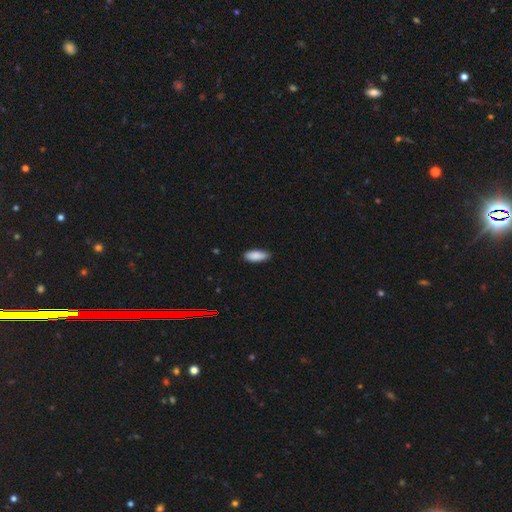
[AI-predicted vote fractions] Smooth or featured?
  - smooth: 88% *
  - star or artifact: 6%
  - featured or disk: 6%
How rounded?
  - in between: 79% *
  - cigar-shaped: 19%
  - round: 2%
Merging?
  - none: 80% *
  - minor disturbance: 17%
  - major disturbance: 2%
  - merger: 1%